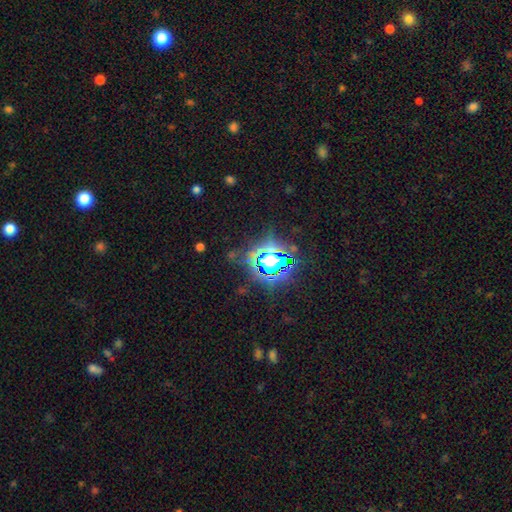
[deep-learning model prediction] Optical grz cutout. It shows a star or artifact, not a galaxy (76%).